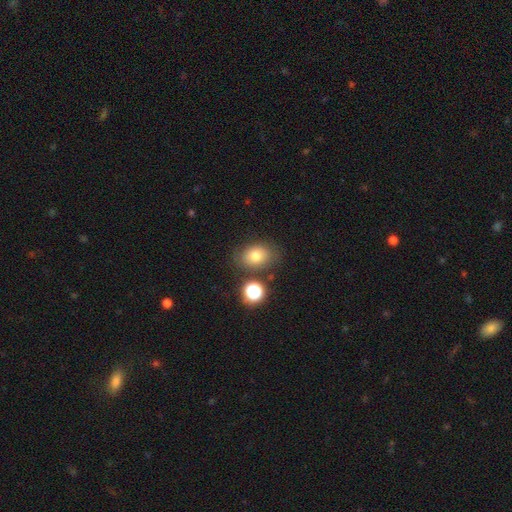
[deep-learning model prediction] Smooth or featured? smooth (76%)
How rounded? in between (63%)
Merging? none (76%)